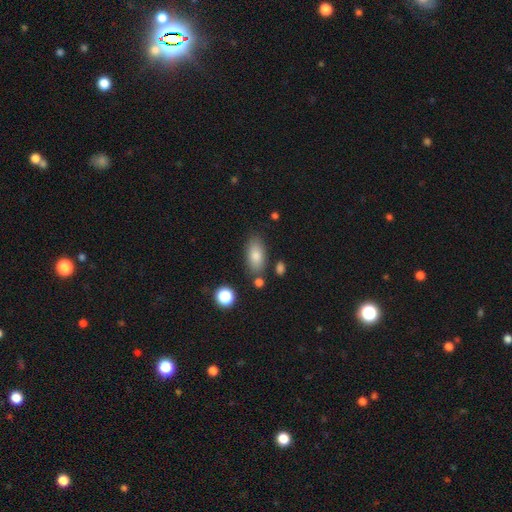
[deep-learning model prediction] smooth_or_featured: smooth (p=0.81) [alt: featured or disk p=0.11]
how_rounded: in between (p=0.88) [alt: cigar-shaped p=0.07]
merging: none (p=0.79) [alt: minor disturbance p=0.13]